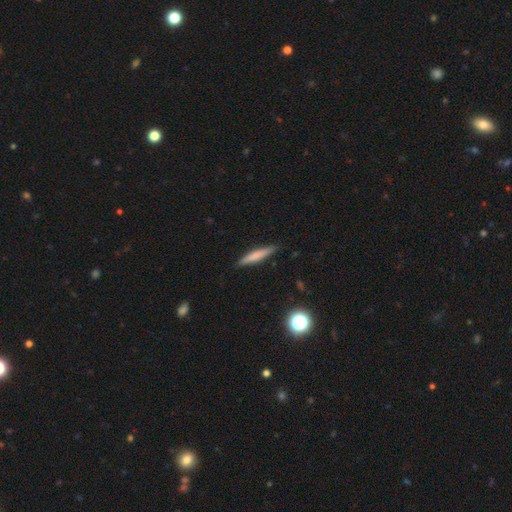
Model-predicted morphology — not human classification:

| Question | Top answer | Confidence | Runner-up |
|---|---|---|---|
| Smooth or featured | smooth | 63% | featured or disk (30%) |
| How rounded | cigar-shaped | 91% | in between (7%) |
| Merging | none | 88% | minor disturbance (9%) |